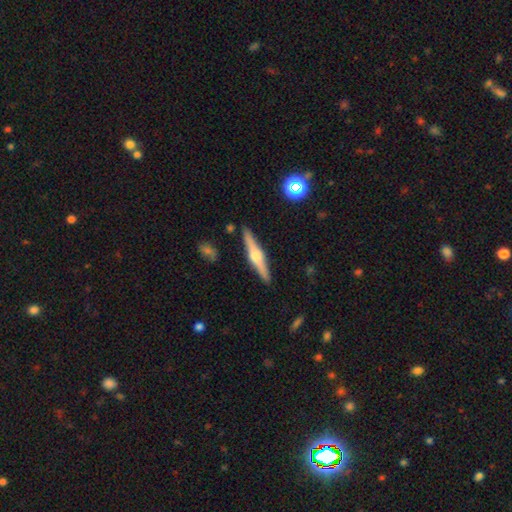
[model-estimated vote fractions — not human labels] featured or disk 72%, smooth 22%, star or artifact 6%. Down the decision tree: edge-on disk — yes (98%); edge-on bulge — rounded (93%); merging — none (91%).